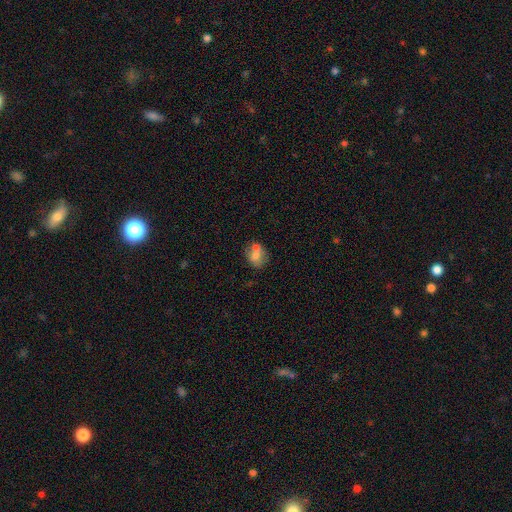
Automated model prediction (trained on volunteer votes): The model was most divided on "merging": none: 41%, merger: 39%, minor disturbance: 14%, major disturbance: 6%. More confident: smooth or featured — smooth (67%); how rounded — round (51%).